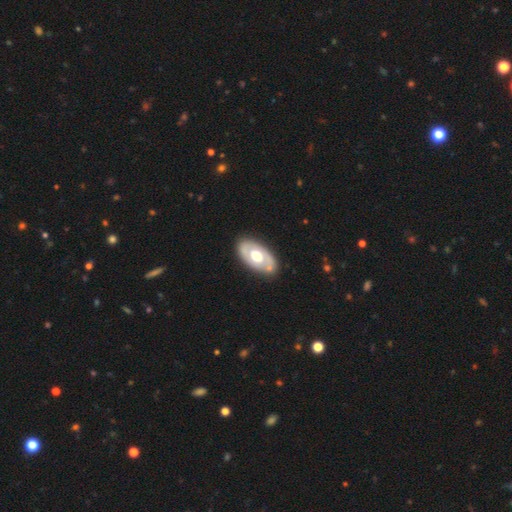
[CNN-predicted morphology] Q: Smooth or featured?
A: featured or disk (50%); runner-up: smooth (39%)
Q: Edge-on disk?
A: no (87%); runner-up: yes (13%)
Q: Merging?
A: none (85%); runner-up: minor disturbance (10%)